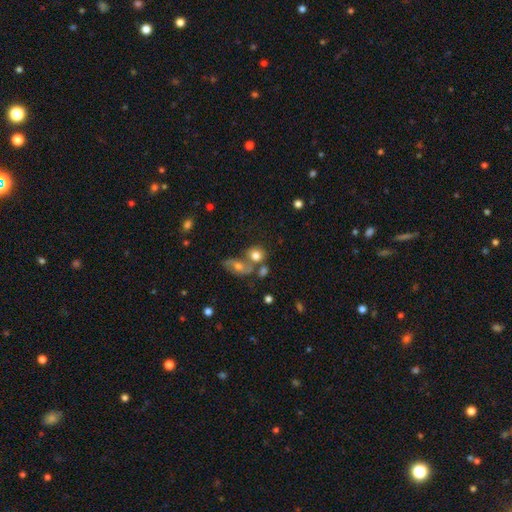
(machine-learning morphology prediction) Smooth or featured: smooth — 73% (featured or disk — 16%)
How rounded: round — 66% (in between — 32%)
Merging: none — 45% (merger — 37%)